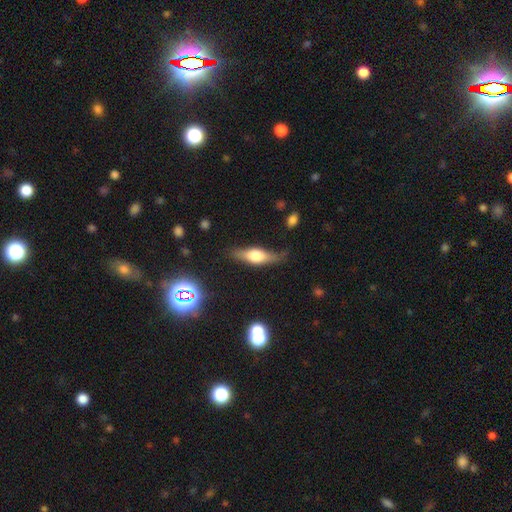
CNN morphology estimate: Q: Smooth or featured?
A: featured or disk (52%); runner-up: smooth (40%)
Q: Edge-on disk?
A: yes (89%); runner-up: no (11%)
Q: Merging?
A: none (73%); runner-up: minor disturbance (19%)